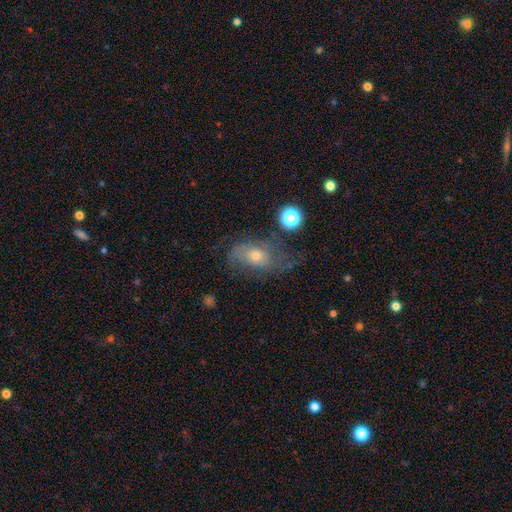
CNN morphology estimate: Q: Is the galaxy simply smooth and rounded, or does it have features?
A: featured or disk — 59%.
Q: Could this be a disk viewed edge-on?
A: no — 93%.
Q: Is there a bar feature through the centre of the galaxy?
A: no — 77%.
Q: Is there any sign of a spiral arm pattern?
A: yes — 75%.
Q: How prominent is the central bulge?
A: moderate — 61%.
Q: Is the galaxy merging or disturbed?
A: none — 48%.